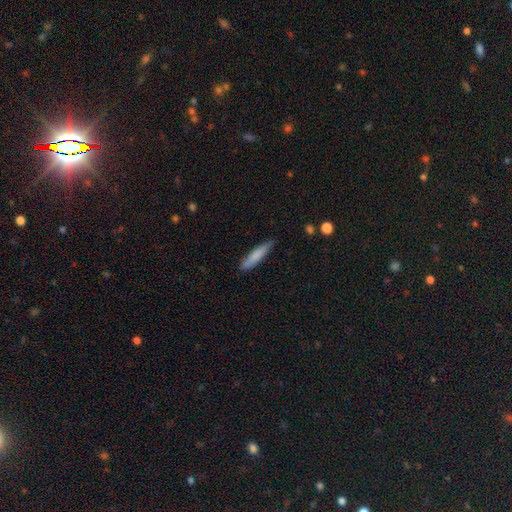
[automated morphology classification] Smooth or featured? Predicted: smooth (p=0.80). How rounded? Predicted: cigar-shaped (p=0.85). Merging? Predicted: none (p=0.80).